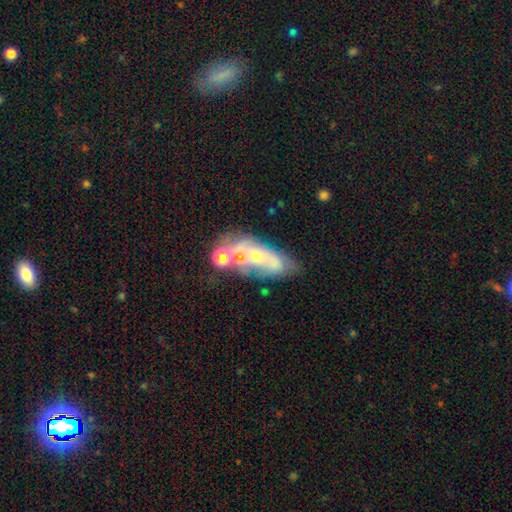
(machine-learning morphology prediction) Smooth or featured? Predicted: featured or disk (p=0.54). Edge-on disk? Predicted: no (p=0.92). Merging? Predicted: merger (p=0.37).